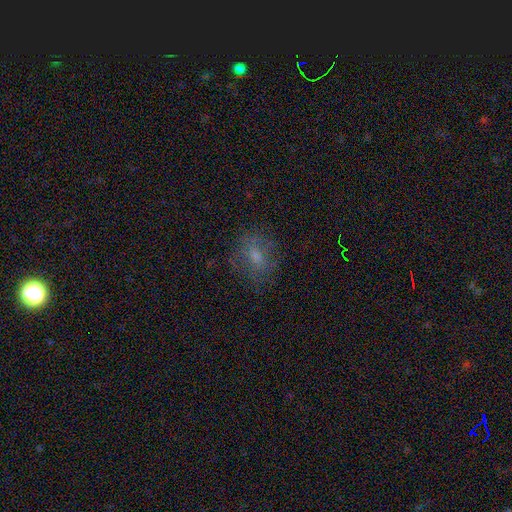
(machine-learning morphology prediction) smooth-or-featured: smooth: 56% | featured or disk: 27% | star or artifact: 17%
  how-rounded: round: 52% | in between: 46% | cigar-shaped: 2%
  merging: none: 71% | minor disturbance: 17% | major disturbance: 11% | merger: 1%